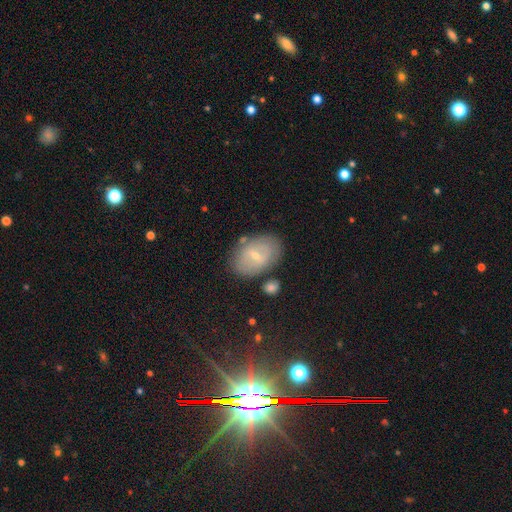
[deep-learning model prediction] smooth-or-featured: featured or disk: 50% | smooth: 41% | star or artifact: 8%
  disk-edge-on: no: 93% | yes: 7%
  merging: none: 74% | minor disturbance: 16% | merger: 6% | major disturbance: 5%